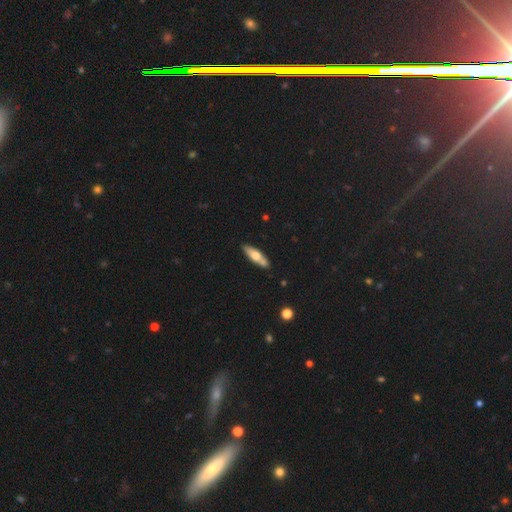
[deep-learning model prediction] This is possibly a smooth galaxy (56%). How rounded: possibly cigar-shaped (53%). Merging: likely none (76%).